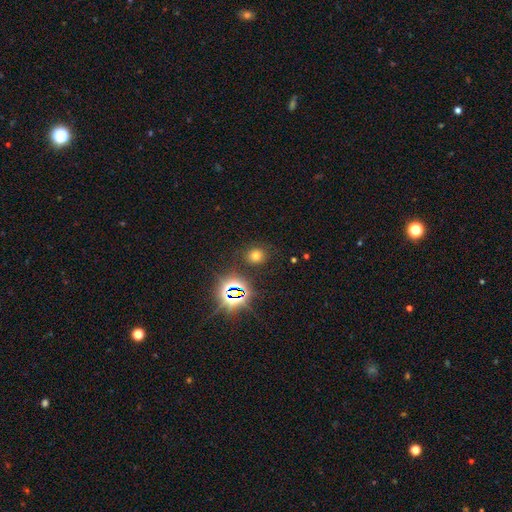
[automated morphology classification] type=smooth (62%); roundness=round (78%); merging=none (85%).